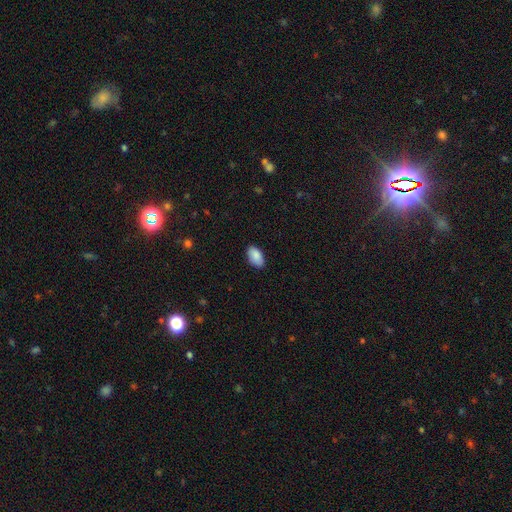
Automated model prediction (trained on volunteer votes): The model was most divided on "merging": none: 86%, minor disturbance: 11%, major disturbance: 2%, merger: 1%. More confident: how rounded — in between (95%); smooth or featured — smooth (89%).